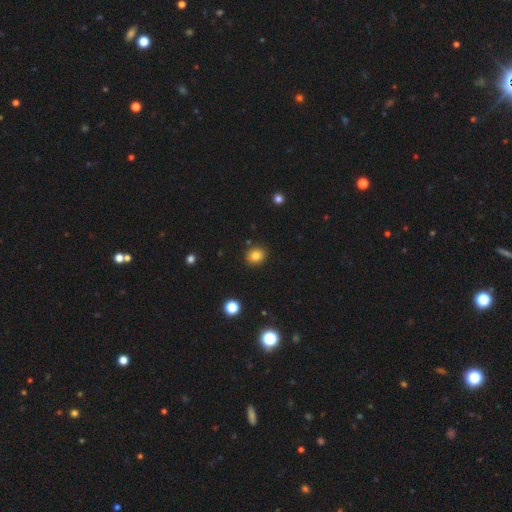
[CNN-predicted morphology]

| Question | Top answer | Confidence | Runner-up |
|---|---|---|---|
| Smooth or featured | smooth | 82% | star or artifact (12%) |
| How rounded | round | 70% | in between (29%) |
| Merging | none | 88% | minor disturbance (8%) |